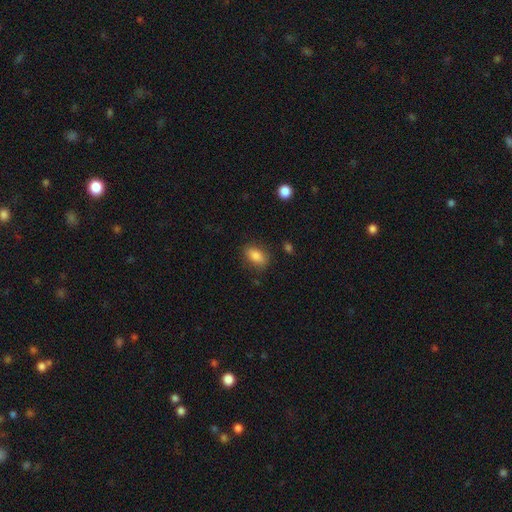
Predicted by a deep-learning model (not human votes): This is clearly a smooth galaxy (85%). How rounded: clearly in between (87%). Merging: clearly none (81%).